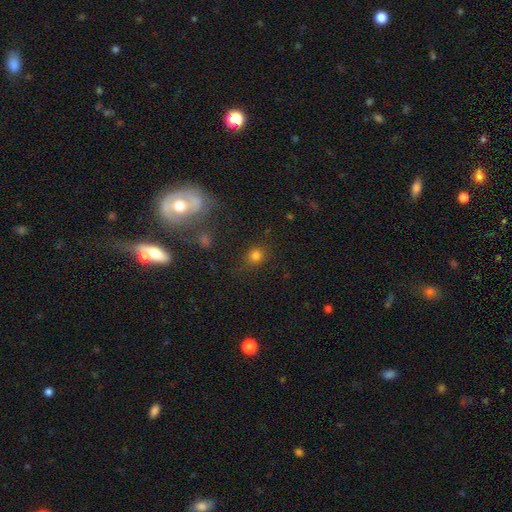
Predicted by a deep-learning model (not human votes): smooth_or_featured: smooth (p=0.76) [alt: star or artifact p=0.17]
how_rounded: round (p=0.79) [alt: in between p=0.20]
merging: none (p=0.77) [alt: minor disturbance p=0.12]